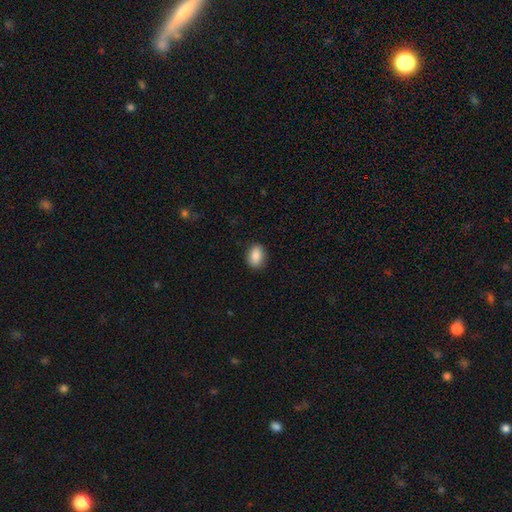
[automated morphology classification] Smooth or featured?
  - smooth: 87% *
  - star or artifact: 8%
  - featured or disk: 5%
How rounded?
  - in between: 73% *
  - round: 25%
  - cigar-shaped: 1%
Merging?
  - none: 88% *
  - minor disturbance: 9%
  - major disturbance: 2%
  - merger: 1%